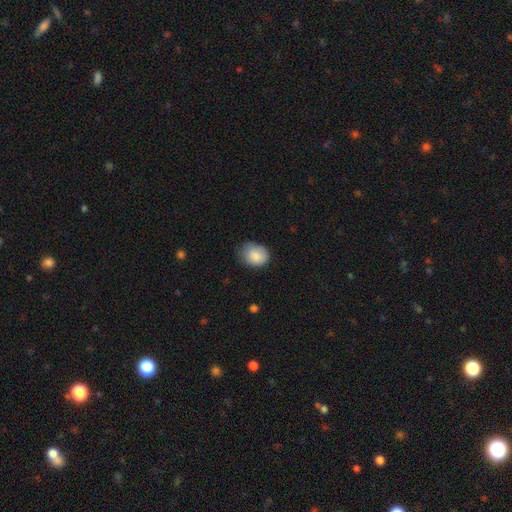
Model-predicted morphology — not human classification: smooth-or-featured: smooth: 85% | featured or disk: 8% | star or artifact: 7%
  how-rounded: in between: 54% | round: 46% | cigar-shaped: 1%
  merging: none: 62% | minor disturbance: 30% | major disturbance: 7% | merger: 1%